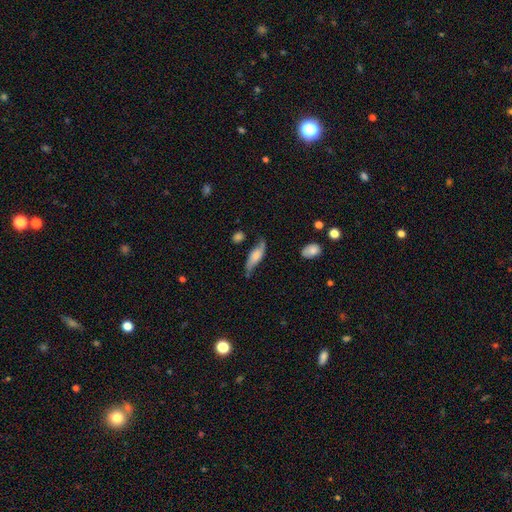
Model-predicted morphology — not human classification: Smooth or featured? Predicted: smooth (p=0.48). Merging? Predicted: none (p=0.61).